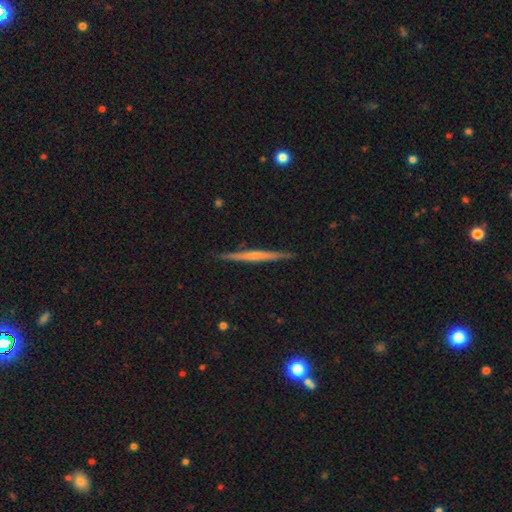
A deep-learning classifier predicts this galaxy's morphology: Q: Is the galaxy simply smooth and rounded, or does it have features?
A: featured or disk — 54%.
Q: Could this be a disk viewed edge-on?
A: yes — 97%.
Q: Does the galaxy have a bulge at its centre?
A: none — 72%.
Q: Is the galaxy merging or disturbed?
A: none — 90%.